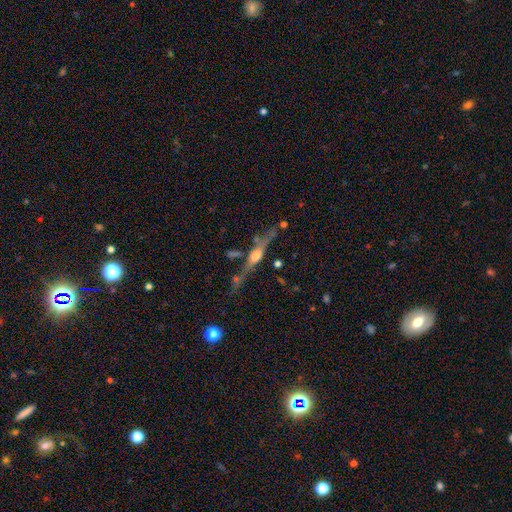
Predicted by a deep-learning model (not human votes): Smooth or featured? featured or disk (77%)
Edge-on disk? yes (94%)
Edge-on bulge? rounded (88%)
Merging? none (69%)